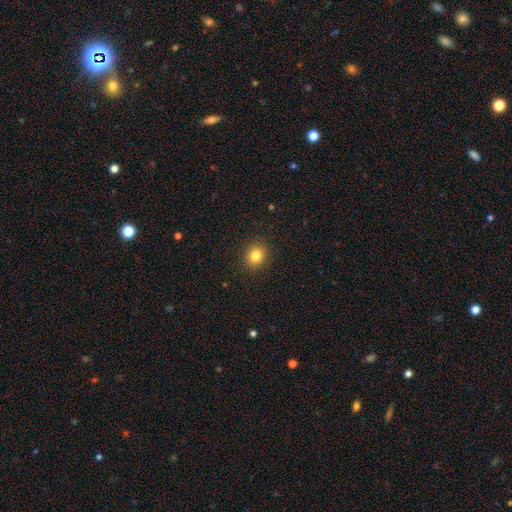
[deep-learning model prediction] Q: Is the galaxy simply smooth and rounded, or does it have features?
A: smooth — 82%.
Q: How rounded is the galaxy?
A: round — 73%.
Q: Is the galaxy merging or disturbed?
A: none — 91%.